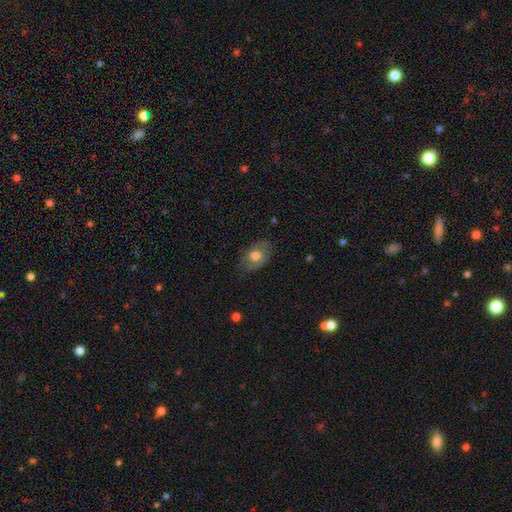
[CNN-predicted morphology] A smooth galaxy with no disk features (63%) that is in between round and cigar-shaped (83%).

Vote fractions:
- Smooth or featured? smooth: 63% / featured or disk: 29% / star or artifact: 8%
- How rounded? in between: 83% / round: 16% / cigar-shaped: 1%
- Merging? none: 74% / minor disturbance: 20% / major disturbance: 5% / merger: 1%